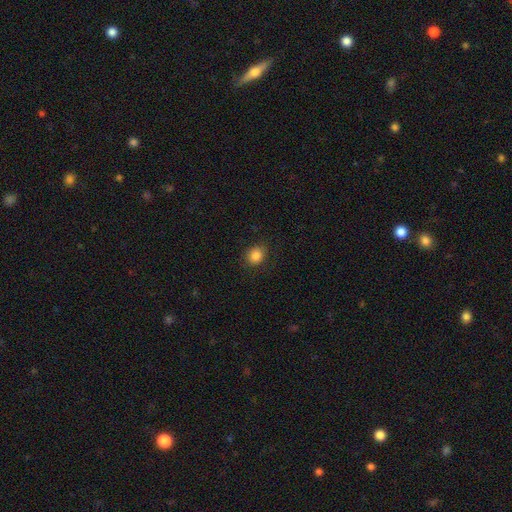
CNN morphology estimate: smooth_or_featured: smooth (p=0.85) [alt: star or artifact p=0.10]
how_rounded: round (p=0.63) [alt: in between p=0.36]
merging: none (p=0.85) [alt: minor disturbance p=0.11]